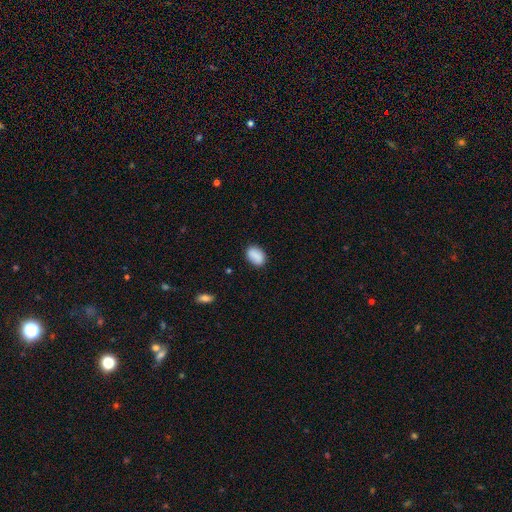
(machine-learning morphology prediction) smooth_or_featured: smooth (p=0.88) [alt: star or artifact p=0.07]
how_rounded: in between (p=0.81) [alt: round p=0.17]
merging: none (p=0.85) [alt: minor disturbance p=0.11]